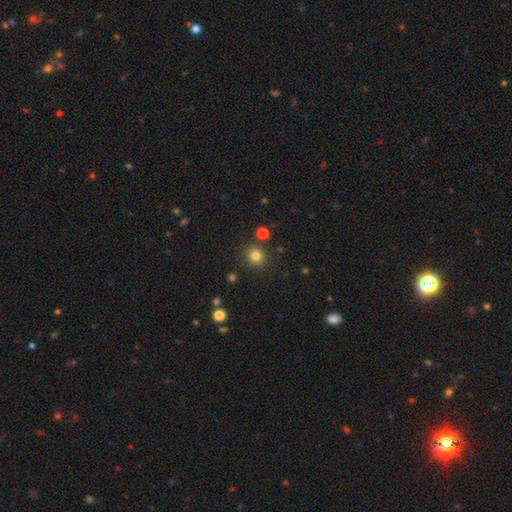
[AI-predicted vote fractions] Smooth or featured?
  - smooth: 80% *
  - star or artifact: 14%
  - featured or disk: 5%
How rounded?
  - round: 93% *
  - in between: 6%
  - cigar-shaped: 1%
Merging?
  - none: 87% *
  - minor disturbance: 6%
  - merger: 4%
  - major disturbance: 2%